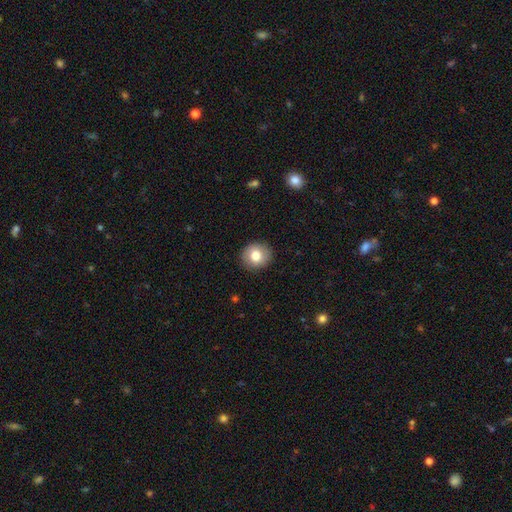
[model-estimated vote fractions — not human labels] This is likely a smooth galaxy (79%). How rounded: clearly round (83%). Merging: clearly none (90%).